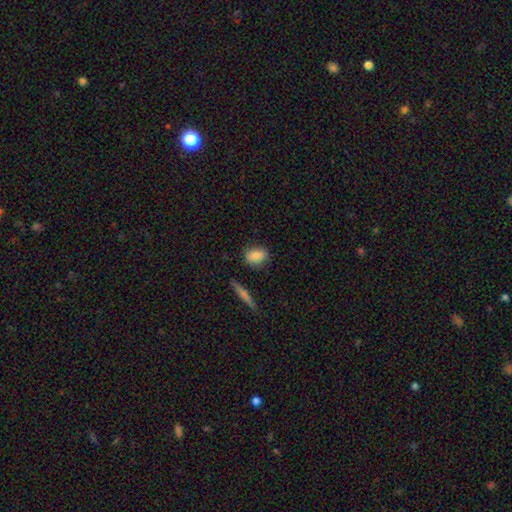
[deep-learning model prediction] Smooth or featured? smooth (85%)
How rounded? in between (77%)
Merging? none (81%)